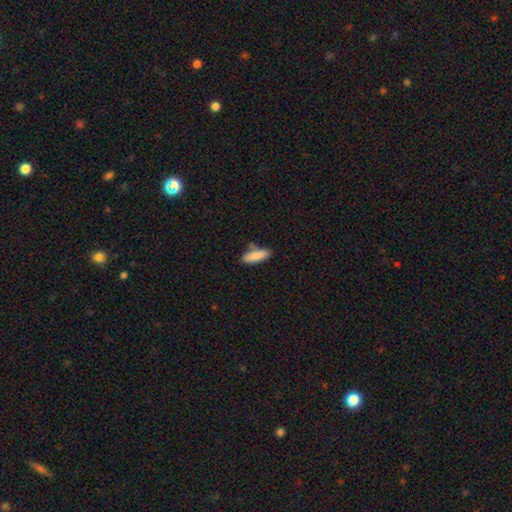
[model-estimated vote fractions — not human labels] Overall: smooth (86%). How rounded: in between (55%; cigar-shaped 43%). Merging: none (73%).